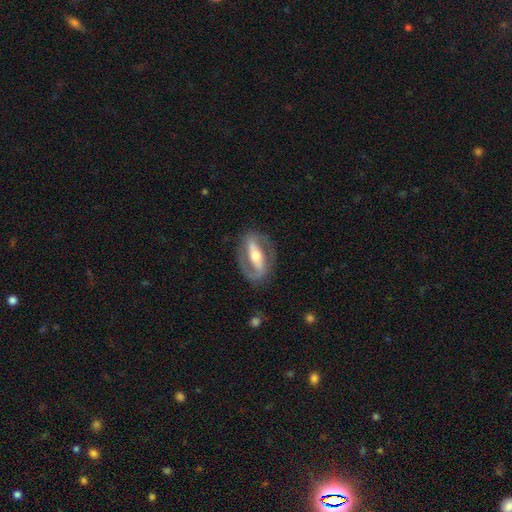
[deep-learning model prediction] smooth_or_featured: featured or disk (p=0.83) [alt: smooth p=0.13]
disk_edge_on: no (p=0.89) [alt: yes p=0.11]
bar: strong (p=0.70) [alt: weak p=0.18]
has_spiral_arms: yes (p=0.78) [alt: no p=0.22]
spiral_winding: medium (p=0.44) [alt: tight p=0.37]
spiral_arm_count: 2 (p=0.86) [alt: can't tell p=0.06]
bulge_size: moderate (p=0.65) [alt: small p=0.25]
merging: none (p=0.82) [alt: minor disturbance p=0.11]